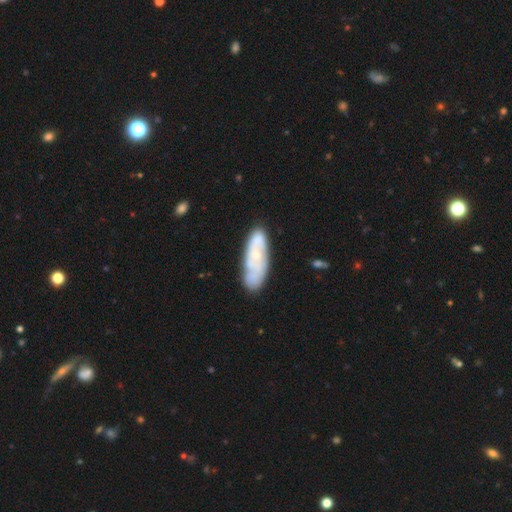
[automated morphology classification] Q: Smooth or featured?
A: featured or disk (53%); runner-up: smooth (40%)
Q: Edge-on disk?
A: no (84%); runner-up: yes (16%)
Q: Merging?
A: none (70%); runner-up: minor disturbance (18%)